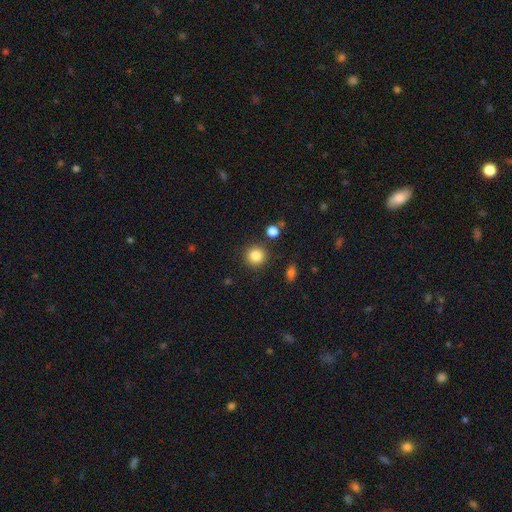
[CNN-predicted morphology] Q: Smooth or featured?
A: smooth (86%); runner-up: star or artifact (10%)
Q: How rounded?
A: round (93%); runner-up: in between (6%)
Q: Merging?
A: none (88%); runner-up: minor disturbance (6%)